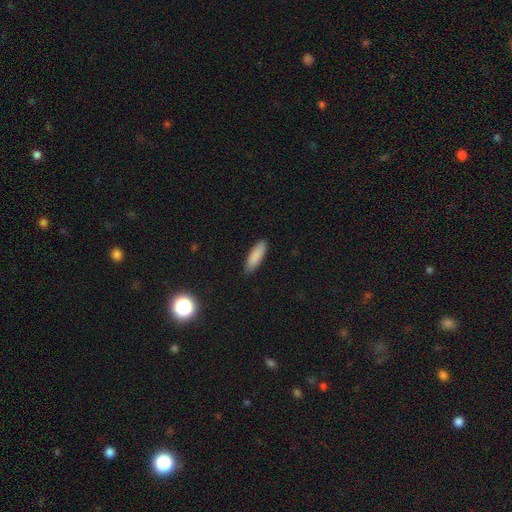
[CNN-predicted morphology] Q: Smooth or featured?
A: smooth (88%); runner-up: star or artifact (6%)
Q: How rounded?
A: in between (51%); runner-up: cigar-shaped (47%)
Q: Merging?
A: none (86%); runner-up: minor disturbance (11%)